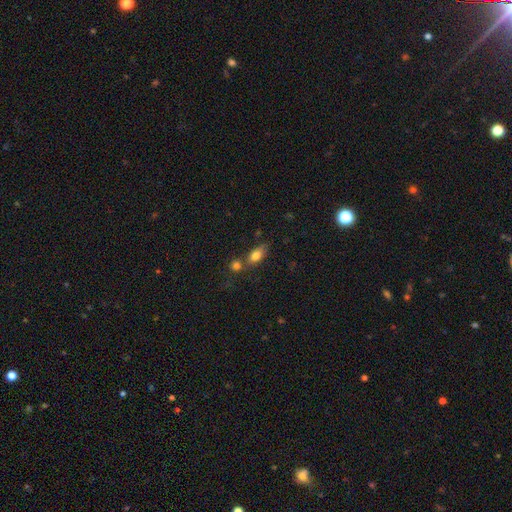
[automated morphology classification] A smooth galaxy with no disk features (79%) that is in between round and cigar-shaped (79%).

Vote fractions:
- Smooth or featured? smooth: 79% / featured or disk: 11% / star or artifact: 9%
- How rounded? in between: 79% / cigar-shaped: 10% / round: 10%
- Merging? none: 49% / merger: 31% / minor disturbance: 15% / major disturbance: 6%